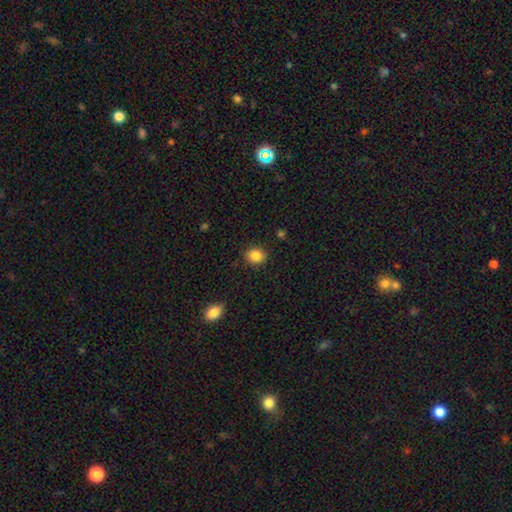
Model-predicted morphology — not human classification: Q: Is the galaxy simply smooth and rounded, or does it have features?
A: smooth — 86%.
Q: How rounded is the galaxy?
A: round — 69%.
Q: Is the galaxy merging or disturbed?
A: none — 89%.